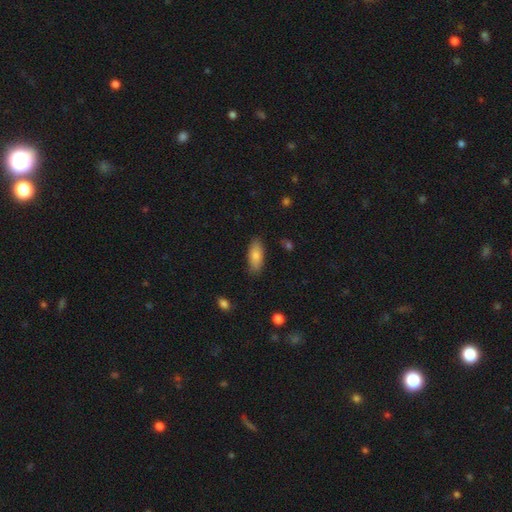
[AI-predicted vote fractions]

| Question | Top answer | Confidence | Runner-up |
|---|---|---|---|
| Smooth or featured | smooth | 82% | featured or disk (12%) |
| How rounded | in between | 82% | cigar-shaped (16%) |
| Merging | none | 84% | minor disturbance (12%) |